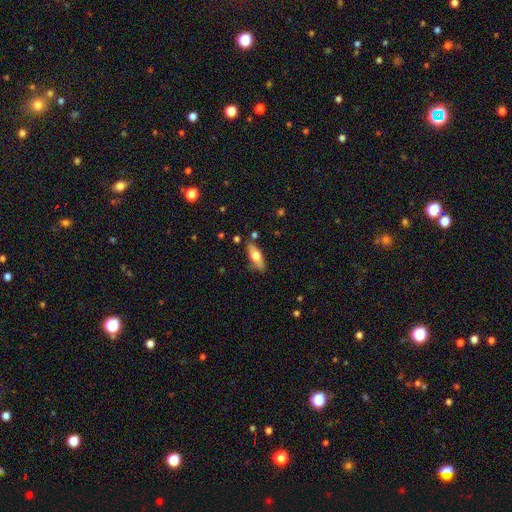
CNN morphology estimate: Overall: smooth (55%; featured or disk 38%). How rounded: in between (54%; cigar-shaped 43%). Merging: none (78%).